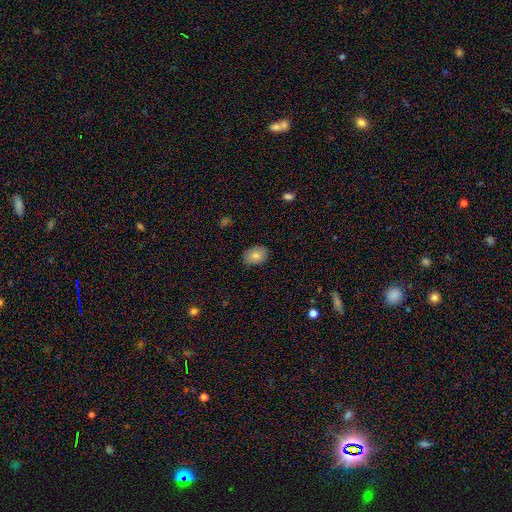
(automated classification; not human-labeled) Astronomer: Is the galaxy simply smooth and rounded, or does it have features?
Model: smooth — 81%.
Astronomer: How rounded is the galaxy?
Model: in between — 75%.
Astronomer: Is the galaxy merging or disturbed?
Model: none — 84%.